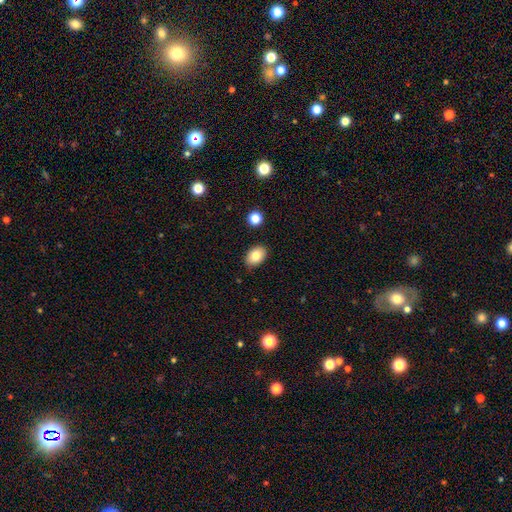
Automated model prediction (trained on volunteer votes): Q: Smooth or featured?
A: smooth (83%); runner-up: featured or disk (8%)
Q: How rounded?
A: in between (82%); runner-up: round (17%)
Q: Merging?
A: none (85%); runner-up: minor disturbance (10%)